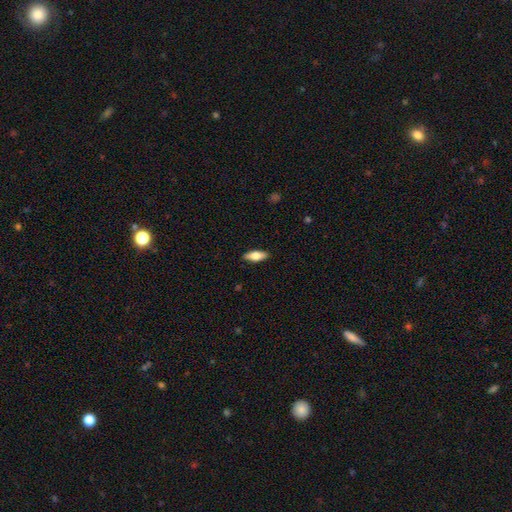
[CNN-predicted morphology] A smooth galaxy with no disk features (72%) that is in between round and cigar-shaped (74%).

Vote fractions:
- Smooth or featured? smooth: 72% / featured or disk: 22% / star or artifact: 6%
- How rounded? in between: 74% / cigar-shaped: 24% / round: 2%
- Merging? none: 90% / minor disturbance: 8% / major disturbance: 2% / merger: 1%